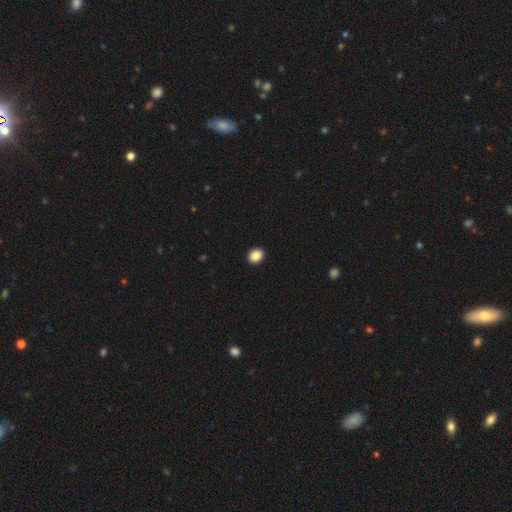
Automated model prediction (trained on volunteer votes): Q: Smooth or featured?
A: smooth (89%); runner-up: star or artifact (9%)
Q: How rounded?
A: round (57%); runner-up: in between (42%)
Q: Merging?
A: none (93%); runner-up: minor disturbance (5%)